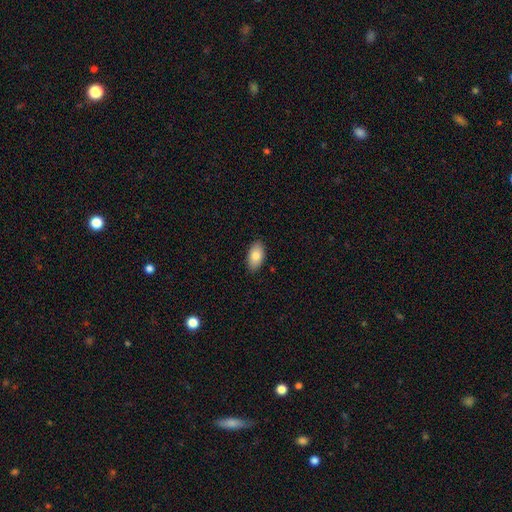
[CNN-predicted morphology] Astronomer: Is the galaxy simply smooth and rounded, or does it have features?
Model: smooth — 82%.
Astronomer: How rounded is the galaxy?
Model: in between — 94%.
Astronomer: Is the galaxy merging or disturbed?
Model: none — 88%.